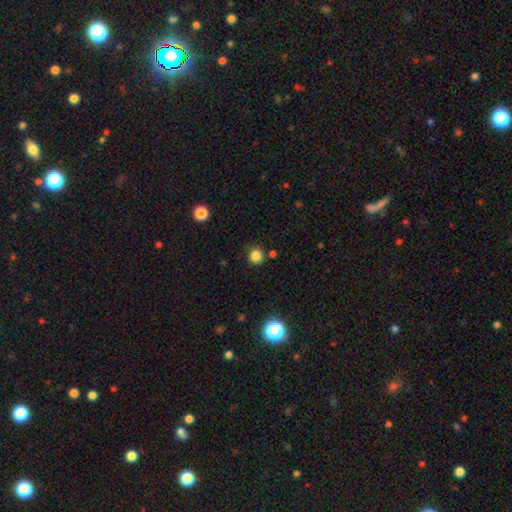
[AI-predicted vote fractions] This appears to be a smooth galaxy with no disk features (84%) that is round (93%). Merging: none (87%).